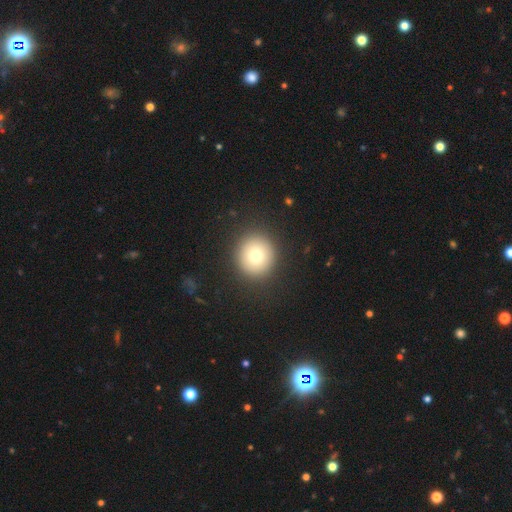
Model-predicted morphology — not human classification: Smooth or featured? smooth (78%)
How rounded? round (92%)
Merging? none (90%)